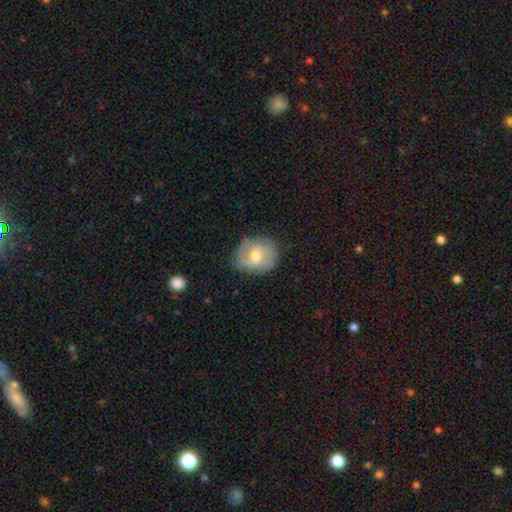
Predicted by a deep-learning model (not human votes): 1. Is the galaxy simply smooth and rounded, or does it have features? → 58% smooth, 34% featured or disk, 8% star or artifact.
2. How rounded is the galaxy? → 62% round, 37% in between, 1% cigar-shaped.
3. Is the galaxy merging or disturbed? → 76% none, 18% minor disturbance, 5% major disturbance, 1% merger.